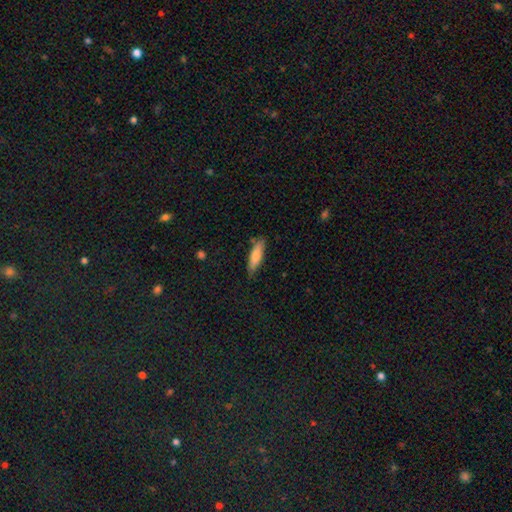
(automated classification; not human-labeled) A smooth galaxy with no disk features (73%) that is cigar-shaped (70%). Merging: none (81%).